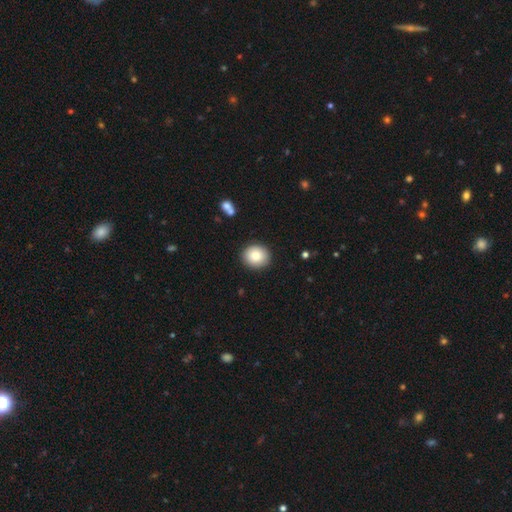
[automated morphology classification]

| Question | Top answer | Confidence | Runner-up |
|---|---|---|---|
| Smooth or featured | smooth | 83% | featured or disk (9%) |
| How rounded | round | 79% | in between (20%) |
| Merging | none | 90% | minor disturbance (7%) |